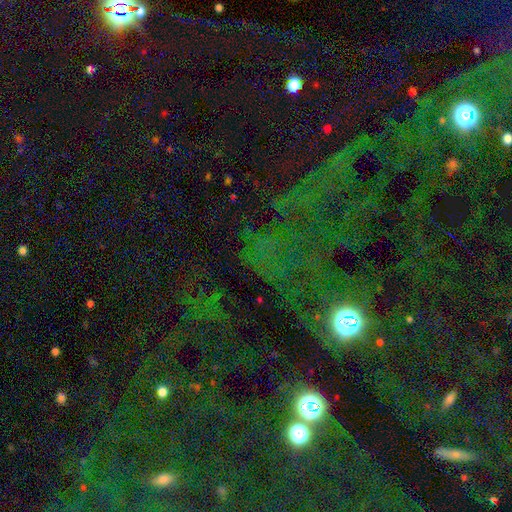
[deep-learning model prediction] Smooth or featured? Predicted: star or artifact (p=0.73).